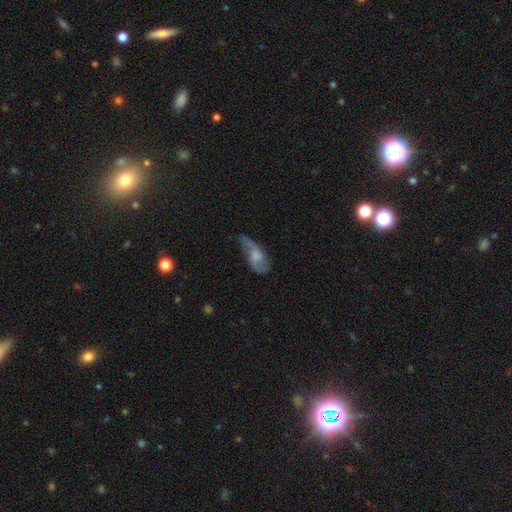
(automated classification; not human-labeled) A smooth galaxy with no disk features (46%, tied with featured or disk).

Vote fractions:
- Smooth or featured? smooth: 46% (tied) / featured or disk: 46% (tied) / star or artifact: 7%
- Merging? none: 41% / minor disturbance: 35% / major disturbance: 21% / merger: 3%